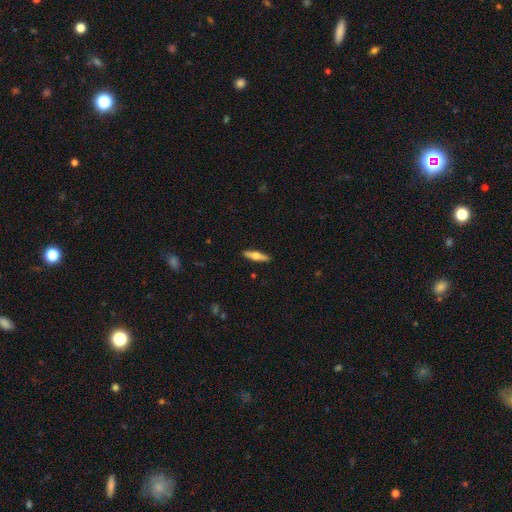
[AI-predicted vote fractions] smooth_or_featured: featured or disk (p=0.53) [alt: smooth p=0.41]
disk_edge_on: yes (p=0.95) [alt: no p=0.05]
merging: none (p=0.91) [alt: minor disturbance p=0.07]